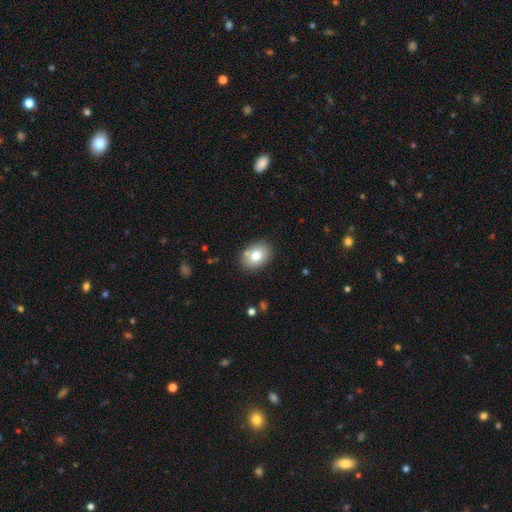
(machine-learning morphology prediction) A smooth galaxy with no disk features (77%) that is in between round and cigar-shaped (66%). Merging: none (82%).